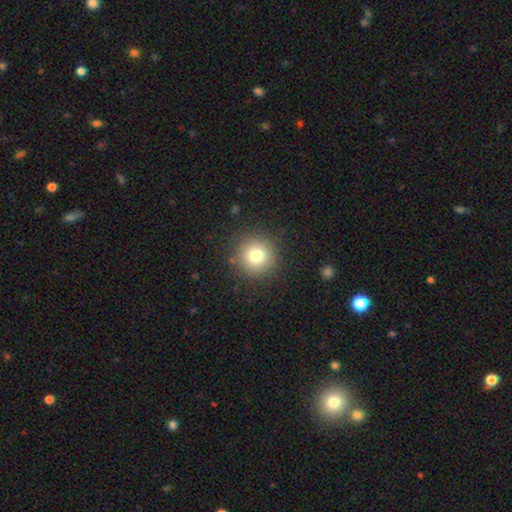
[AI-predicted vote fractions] smooth 77%, star or artifact 13%, featured or disk 10%. Down the decision tree: how rounded — round (95%); merging — none (89%).